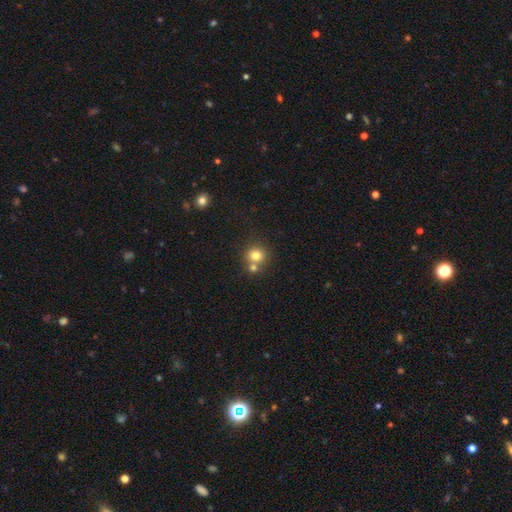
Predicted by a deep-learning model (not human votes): Morphology: type=smooth (78%); roundness=round (90%); merging=none (57%).